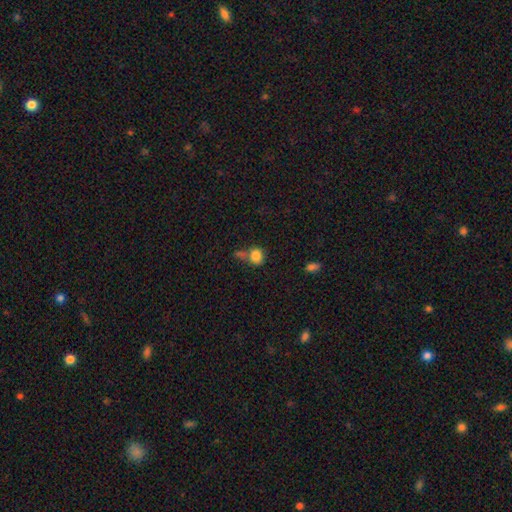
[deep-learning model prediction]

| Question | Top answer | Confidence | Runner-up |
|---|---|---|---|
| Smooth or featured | smooth | 82% | star or artifact (10%) |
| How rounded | round | 68% | in between (30%) |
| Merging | none | 46% | merger (27%) |